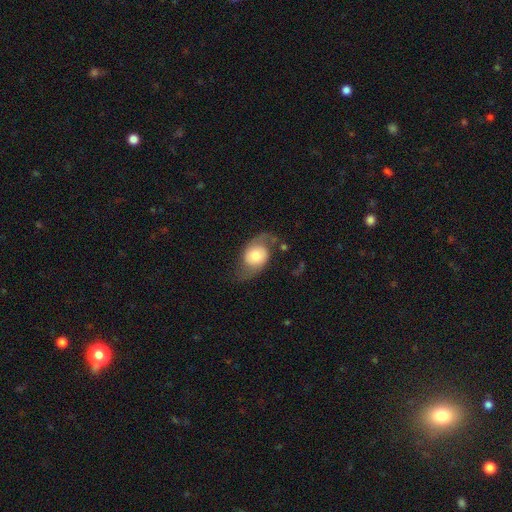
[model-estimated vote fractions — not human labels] featured or disk 63%, smooth 30%, star or artifact 7%. Down the decision tree: edge-on disk — no (95%); bar — no (73%); spiral arms — yes (87%); spiral arm count — 2 (89%); spiral winding — loose (58%); bulge size — moderate (40%); merging — none (59%).